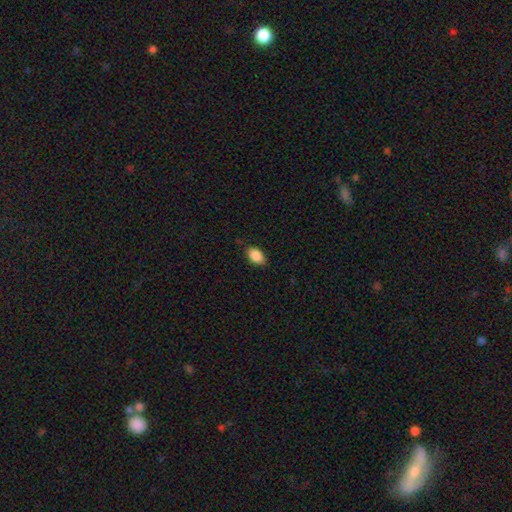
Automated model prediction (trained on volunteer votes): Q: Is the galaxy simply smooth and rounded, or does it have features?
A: smooth — 88%.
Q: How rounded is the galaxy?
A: in between — 91%.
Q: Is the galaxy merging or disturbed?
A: none — 83%.